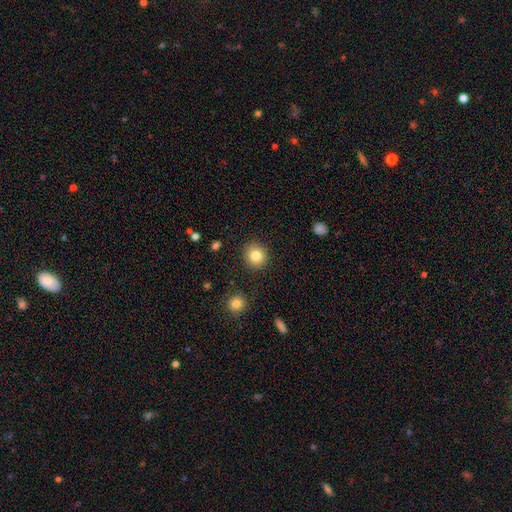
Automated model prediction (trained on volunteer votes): Smooth or featured: smooth — 82% (star or artifact — 10%)
How rounded: round — 91% (in between — 8%)
Merging: none — 90% (minor disturbance — 6%)